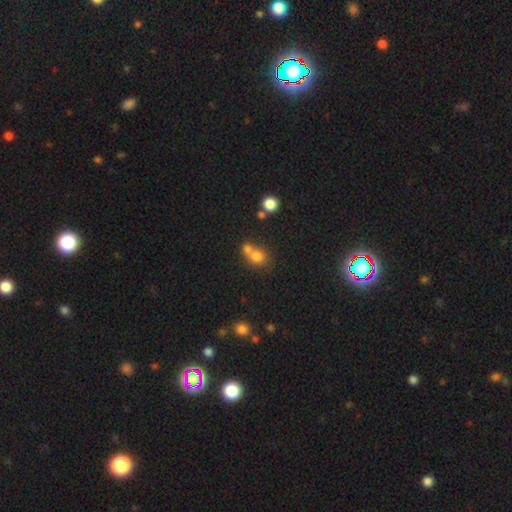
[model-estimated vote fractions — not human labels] smooth-or-featured: smooth: 74% | star or artifact: 14% | featured or disk: 12%
  how-rounded: round: 74% | in between: 25% | cigar-shaped: 1%
  merging: merger: 55% | none: 34% | minor disturbance: 7% | major disturbance: 4%